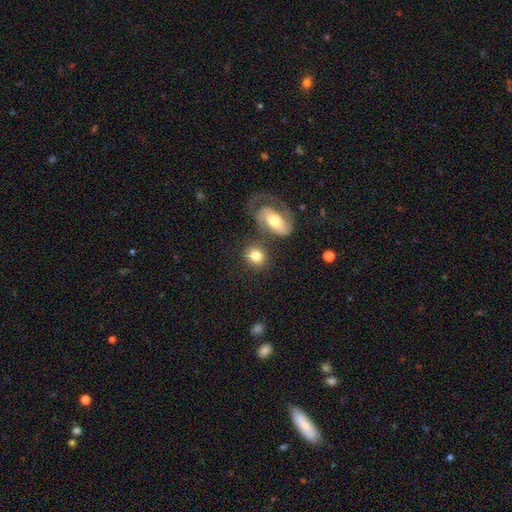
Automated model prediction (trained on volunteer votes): Q: Smooth or featured?
A: smooth (75%); runner-up: featured or disk (17%)
Q: How rounded?
A: round (68%); runner-up: in between (30%)
Q: Merging?
A: none (62%); runner-up: merger (21%)